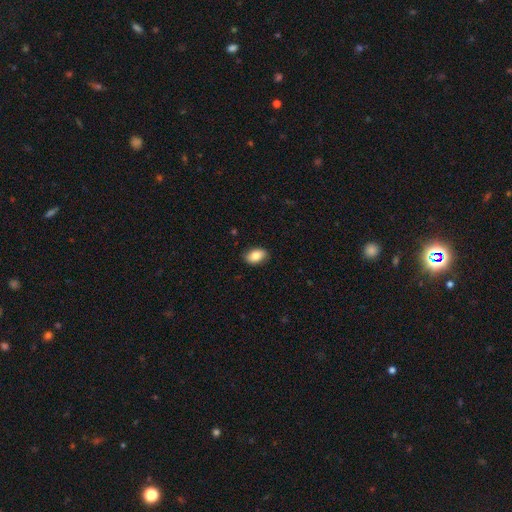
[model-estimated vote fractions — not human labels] Q: Smooth or featured?
A: smooth (84%); runner-up: featured or disk (9%)
Q: How rounded?
A: in between (88%); runner-up: round (10%)
Q: Merging?
A: none (87%); runner-up: minor disturbance (10%)